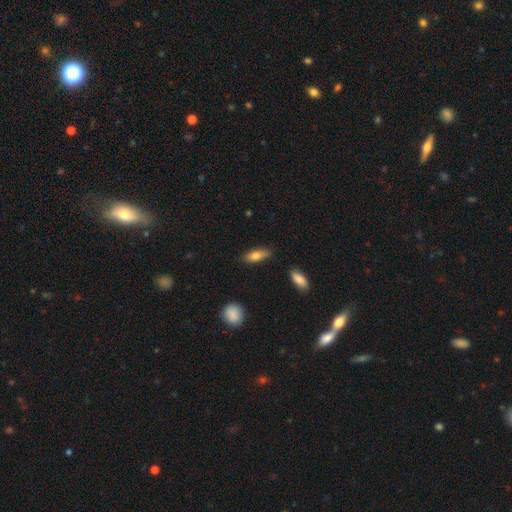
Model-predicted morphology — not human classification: A smooth galaxy with no disk features (77%) that is in between round and cigar-shaped (69%).

Vote fractions:
- Smooth or featured? smooth: 77% / featured or disk: 16% / star or artifact: 7%
- How rounded? in between: 69% / cigar-shaped: 28% / round: 3%
- Merging? none: 82% / minor disturbance: 13% / major disturbance: 3% / merger: 2%